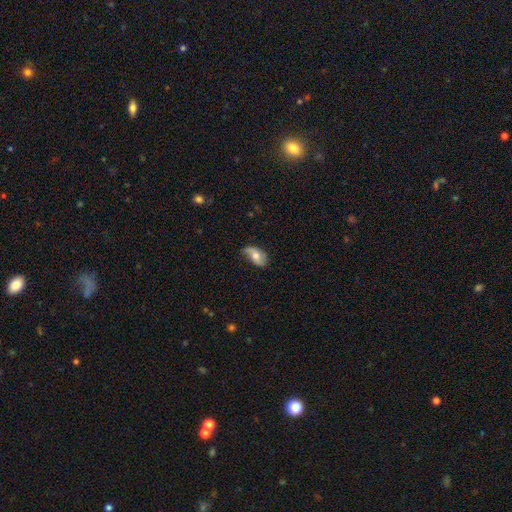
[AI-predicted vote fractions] Overall: smooth (52%; featured or disk 41%). How rounded: in between (91%). Merging: none (47%; minor disturbance 37%).